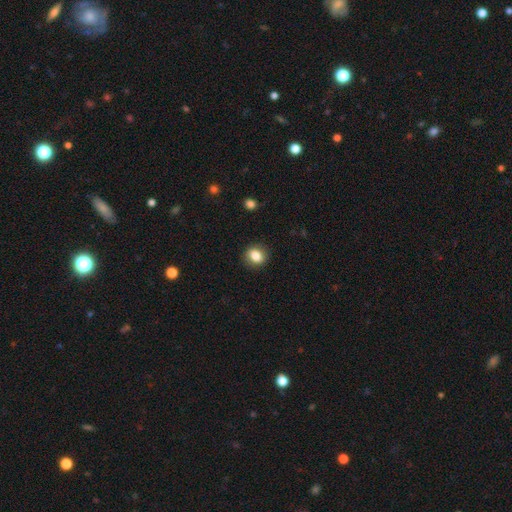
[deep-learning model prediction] smooth-or-featured: smooth: 83% | star or artifact: 9% | featured or disk: 8%
  how-rounded: round: 69% | in between: 30% | cigar-shaped: 1%
  merging: none: 87% | minor disturbance: 9% | major disturbance: 3% | merger: 1%